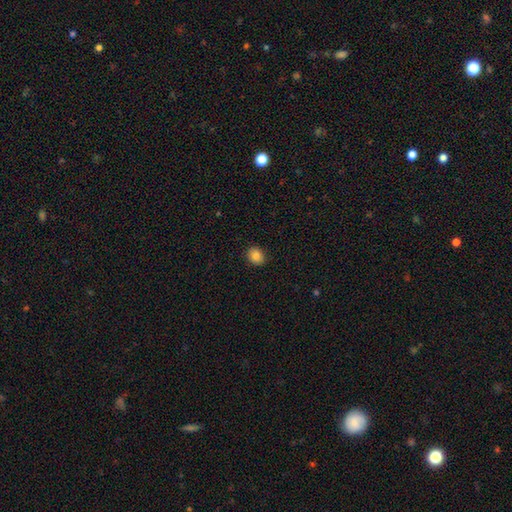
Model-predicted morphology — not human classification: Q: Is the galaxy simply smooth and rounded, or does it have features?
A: smooth — 85%.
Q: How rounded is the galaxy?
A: round — 65%.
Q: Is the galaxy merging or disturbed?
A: none — 90%.